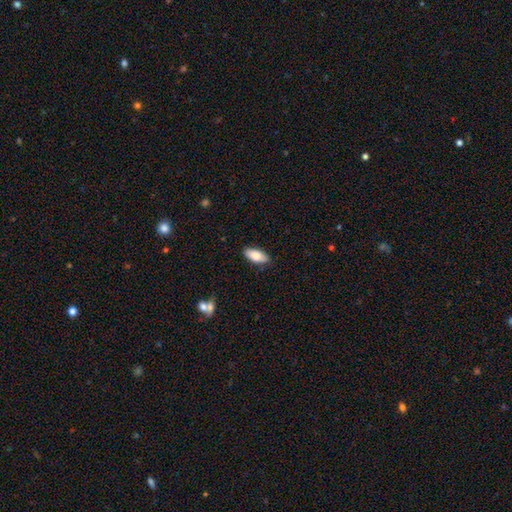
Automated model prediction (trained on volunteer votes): Q: Smooth or featured?
A: smooth (82%); runner-up: featured or disk (11%)
Q: How rounded?
A: in between (85%); runner-up: cigar-shaped (13%)
Q: Merging?
A: none (85%); runner-up: minor disturbance (12%)